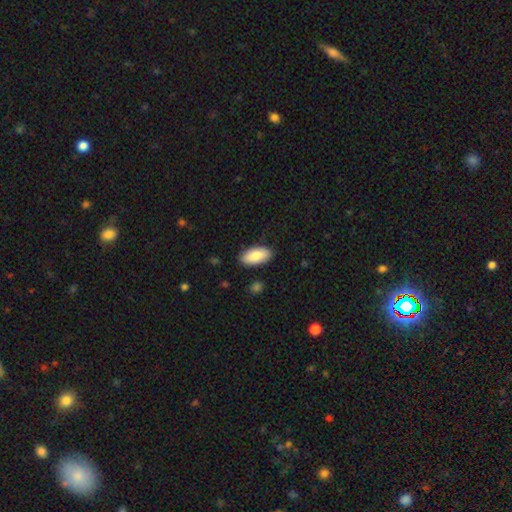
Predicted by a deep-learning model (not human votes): Smooth or featured? smooth (85%)
How rounded? in between (91%)
Merging? none (87%)